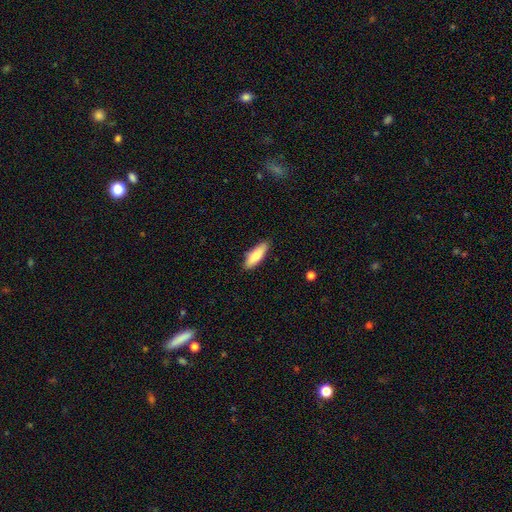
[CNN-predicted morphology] A smooth galaxy with no disk features (80%) that is in between round and cigar-shaped (57%). Merging: none (87%).